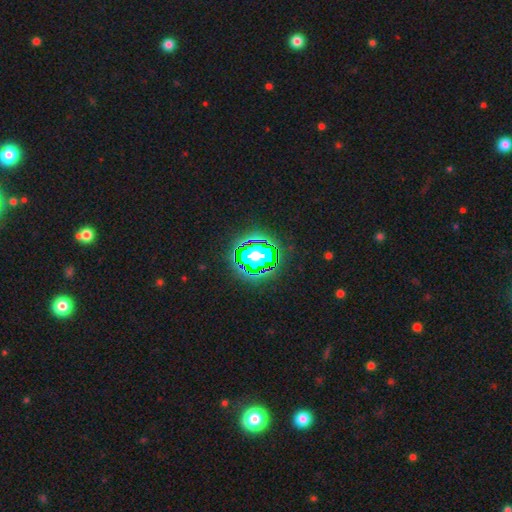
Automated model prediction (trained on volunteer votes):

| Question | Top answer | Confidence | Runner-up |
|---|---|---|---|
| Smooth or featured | star or artifact | 58% | smooth (25%) |